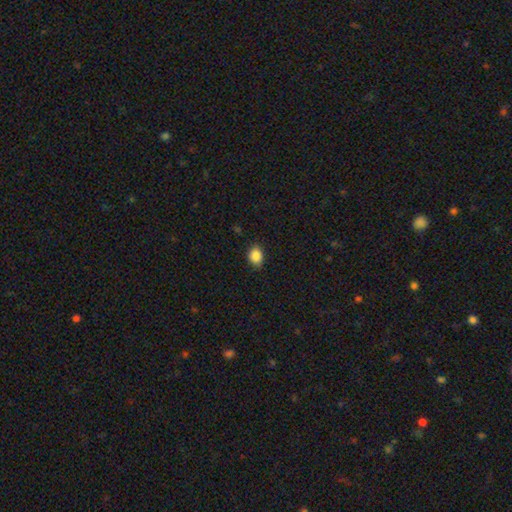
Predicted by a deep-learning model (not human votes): A smooth galaxy with no disk features (88%) that is in between round and cigar-shaped (53%).

Vote fractions:
- Smooth or featured? smooth: 88% / star or artifact: 9% / featured or disk: 3%
- How rounded? in between: 53% / round: 46% / cigar-shaped: 1%
- Merging? none: 84% / minor disturbance: 12% / major disturbance: 2% / merger: 1%